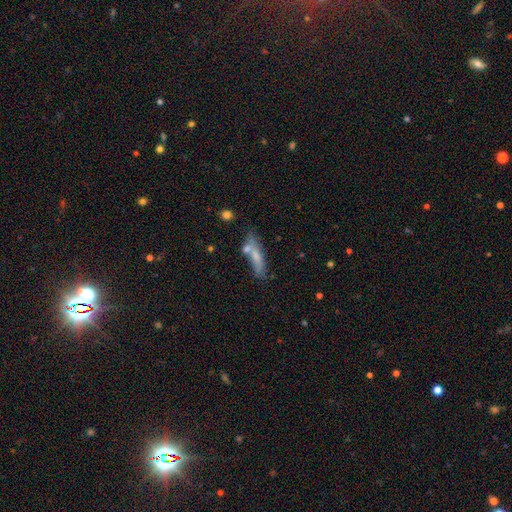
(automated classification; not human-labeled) The model was most divided on "smooth or featured": smooth: 64%, featured or disk: 28%, star or artifact: 8%. More confident: how rounded — cigar-shaped (73%); merging — none (59%).